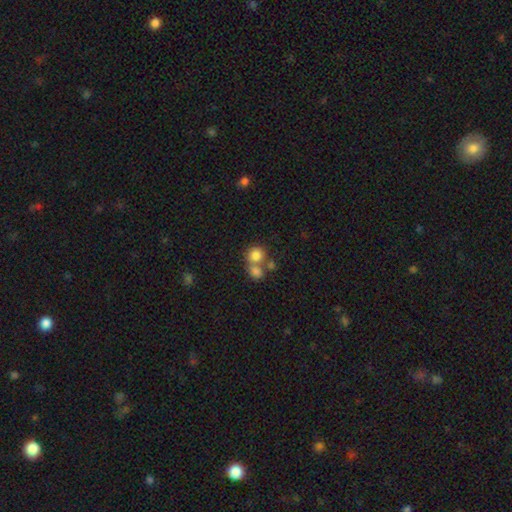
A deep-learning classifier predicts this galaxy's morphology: smooth_or_featured: smooth (p=0.79) [alt: star or artifact p=0.11]
how_rounded: round (p=0.83) [alt: in between p=0.16]
merging: merger (p=0.46) [alt: none p=0.42]